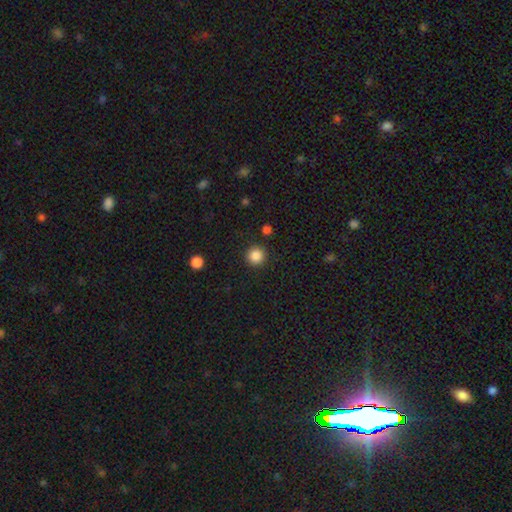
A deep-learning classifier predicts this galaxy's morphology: smooth-or-featured: smooth: 87% | star or artifact: 10% | featured or disk: 3%
  how-rounded: round: 95% | in between: 4% | cigar-shaped: 1%
  merging: none: 91% | minor disturbance: 5% | major disturbance: 2% | merger: 2%